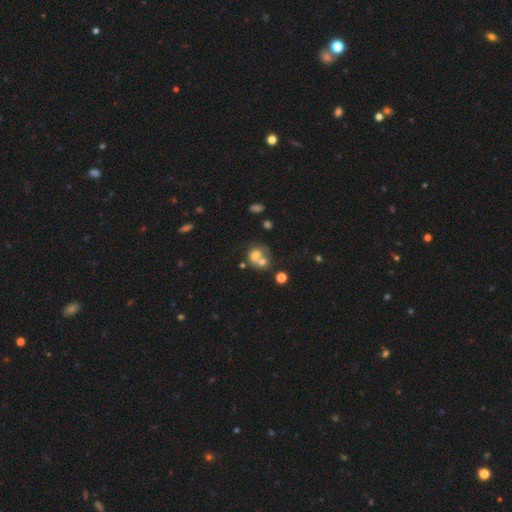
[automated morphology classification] Smooth or featured: smooth — 59% (featured or disk — 29%)
How rounded: round — 60% (in between — 38%)
Merging: merger — 61% (none — 23%)